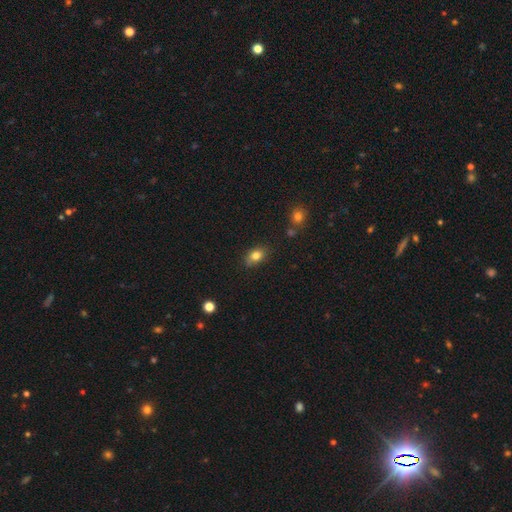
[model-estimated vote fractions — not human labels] Smooth or featured?
  - smooth: 81% *
  - star or artifact: 10%
  - featured or disk: 9%
How rounded?
  - in between: 78% *
  - round: 20%
  - cigar-shaped: 2%
Merging?
  - none: 77% *
  - minor disturbance: 17%
  - major disturbance: 3%
  - merger: 3%